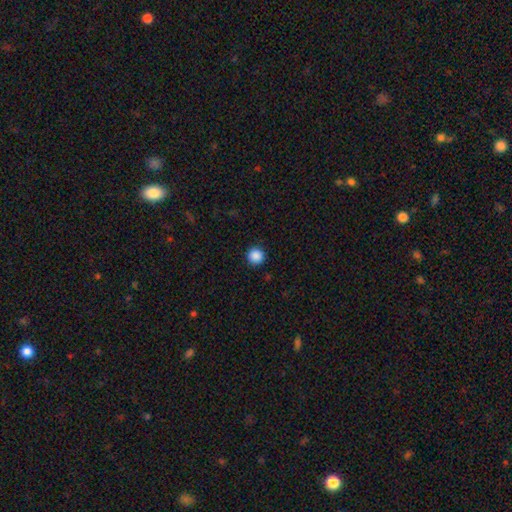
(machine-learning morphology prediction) type=smooth (88%); roundness=round (96%); merging=none (93%).